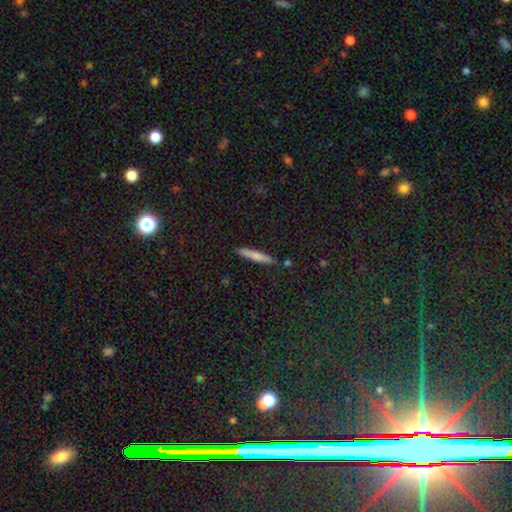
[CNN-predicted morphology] smooth-or-featured: smooth: 72% | featured or disk: 21% | star or artifact: 7%
  how-rounded: cigar-shaped: 93% | in between: 6% | round: 2%
  merging: none: 88% | minor disturbance: 8% | merger: 2% | major disturbance: 2%